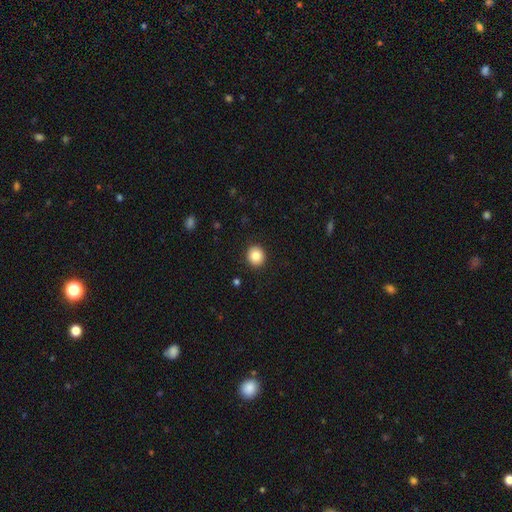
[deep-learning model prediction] Smooth or featured? smooth (85%)
How rounded? round (84%)
Merging? none (92%)